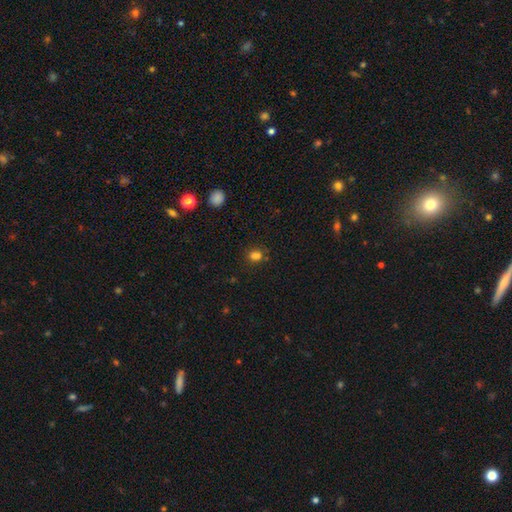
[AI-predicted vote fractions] A smooth galaxy with no disk features (72%) that is round (59%). Merging: none (70%).